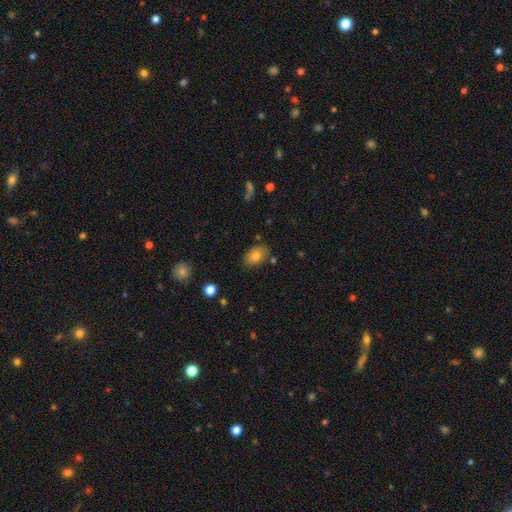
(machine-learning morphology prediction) Smooth or featured? smooth (78%)
How rounded? in between (82%)
Merging? none (79%)